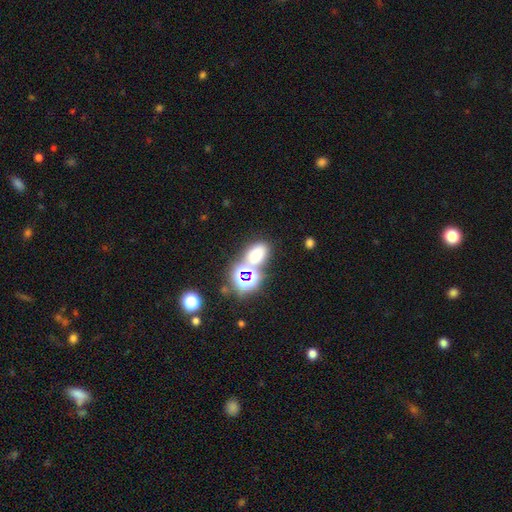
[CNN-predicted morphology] A smooth galaxy with no disk features (62%) that is in between round and cigar-shaped (68%). Merging: none (62%).